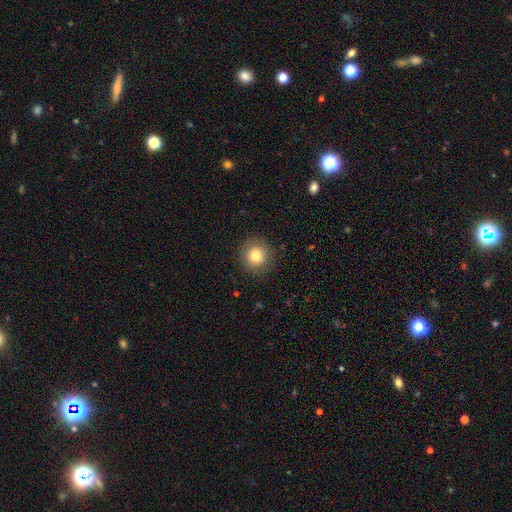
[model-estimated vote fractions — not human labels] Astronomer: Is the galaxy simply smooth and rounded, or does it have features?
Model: smooth — 80%.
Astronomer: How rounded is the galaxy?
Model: round — 94%.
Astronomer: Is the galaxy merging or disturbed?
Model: none — 89%.